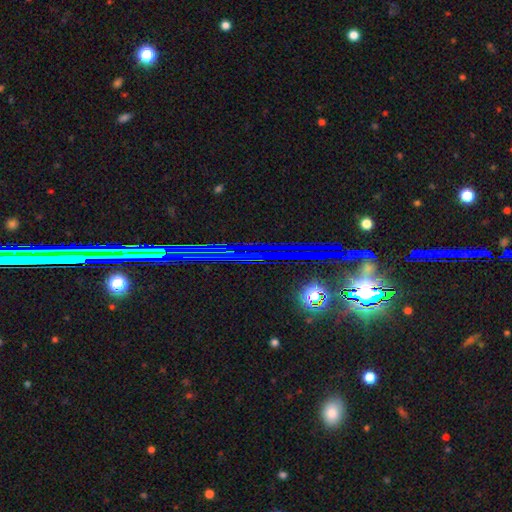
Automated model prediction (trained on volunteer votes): Smooth or featured: star or artifact — 78% (featured or disk — 13%)